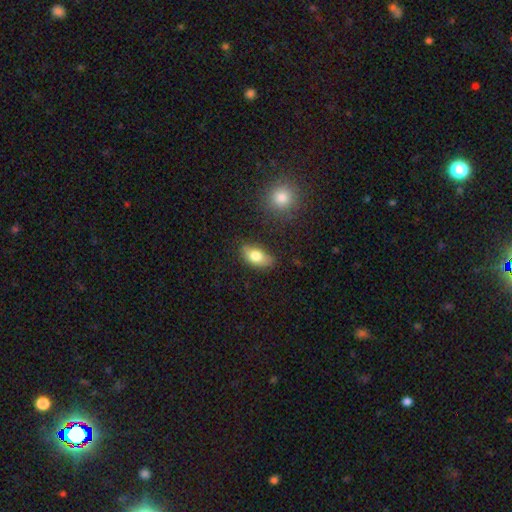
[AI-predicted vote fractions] smooth-or-featured: smooth: 78% | featured or disk: 15% | star or artifact: 7%
  how-rounded: in between: 89% | cigar-shaped: 6% | round: 5%
  merging: none: 74% | minor disturbance: 18% | major disturbance: 4% | merger: 3%